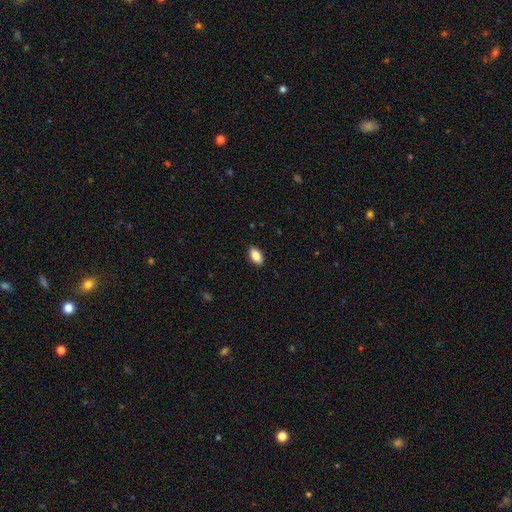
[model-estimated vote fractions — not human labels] Smooth or featured?
  - smooth: 86% *
  - star or artifact: 7%
  - featured or disk: 6%
How rounded?
  - in between: 92% *
  - round: 5%
  - cigar-shaped: 4%
Merging?
  - none: 89% *
  - minor disturbance: 8%
  - major disturbance: 2%
  - merger: 1%